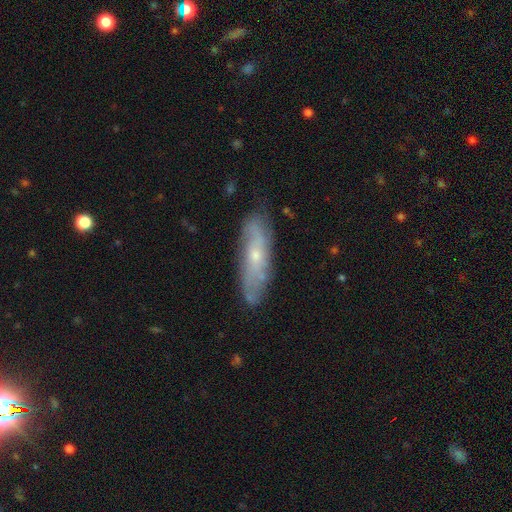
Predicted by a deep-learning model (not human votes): Smooth or featured? featured or disk (61%)
Edge-on disk? no (69%)
Merging? none (76%)